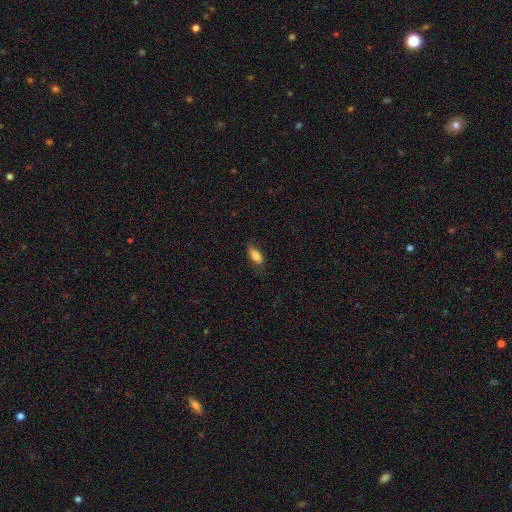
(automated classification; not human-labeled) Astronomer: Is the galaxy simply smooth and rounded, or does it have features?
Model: smooth — 80%.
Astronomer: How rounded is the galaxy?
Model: in between — 83%.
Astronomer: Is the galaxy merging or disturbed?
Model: none — 72%.